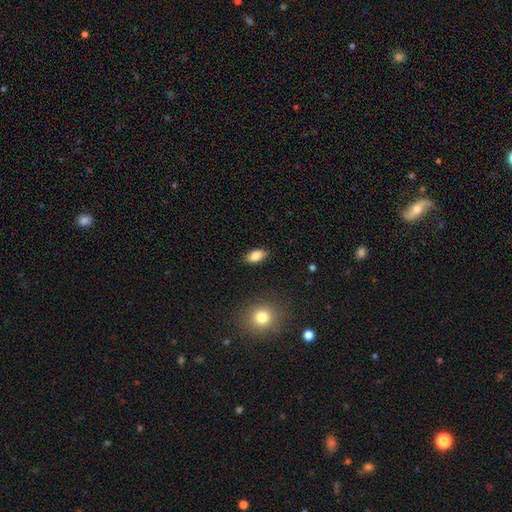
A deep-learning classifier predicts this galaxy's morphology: The model was most divided on "smooth or featured": smooth: 83%, featured or disk: 9%, star or artifact: 8%. More confident: how rounded — in between (91%); merging — none (86%).